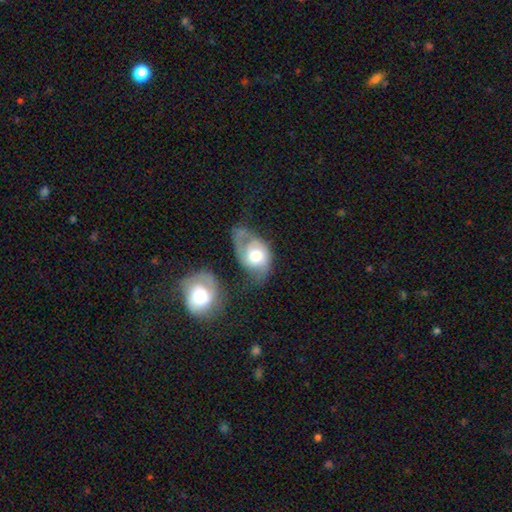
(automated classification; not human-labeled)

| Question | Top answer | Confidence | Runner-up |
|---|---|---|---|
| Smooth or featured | featured or disk | 59% | smooth (35%) |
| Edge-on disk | no | 95% | yes (5%) |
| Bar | no | 75% | weak (21%) |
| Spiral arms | yes | 77% | no (23%) |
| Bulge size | moderate | 45% | large (43%) |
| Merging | major disturbance | 32% | none (29%) |